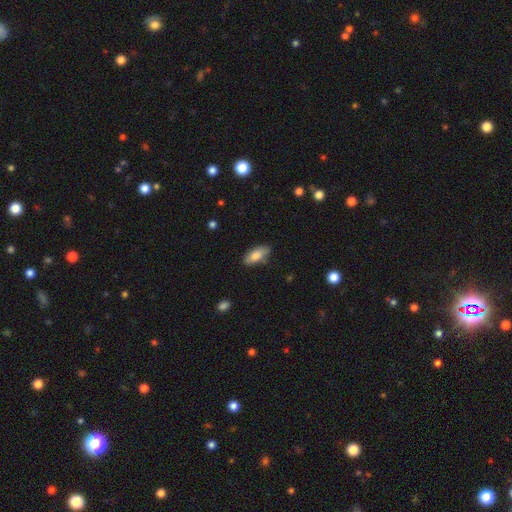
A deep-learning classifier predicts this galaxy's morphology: type=smooth (81%); roundness=in between (83%); merging=none (79%).